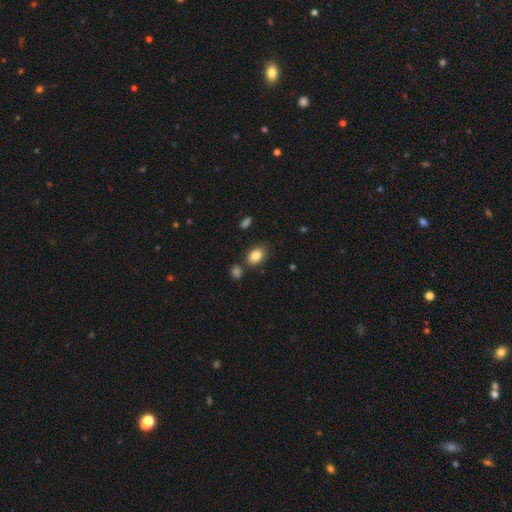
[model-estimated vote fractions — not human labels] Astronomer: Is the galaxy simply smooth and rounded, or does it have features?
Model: smooth — 85%.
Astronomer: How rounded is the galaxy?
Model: in between — 83%.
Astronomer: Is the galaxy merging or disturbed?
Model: none — 77%.